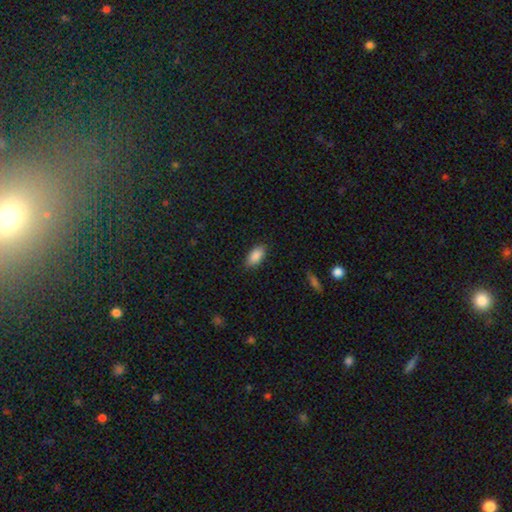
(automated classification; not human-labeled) smooth-or-featured: smooth: 89% | star or artifact: 7% | featured or disk: 4%
  how-rounded: in between: 91% | cigar-shaped: 6% | round: 3%
  merging: none: 86% | minor disturbance: 11% | major disturbance: 3% | merger: 1%